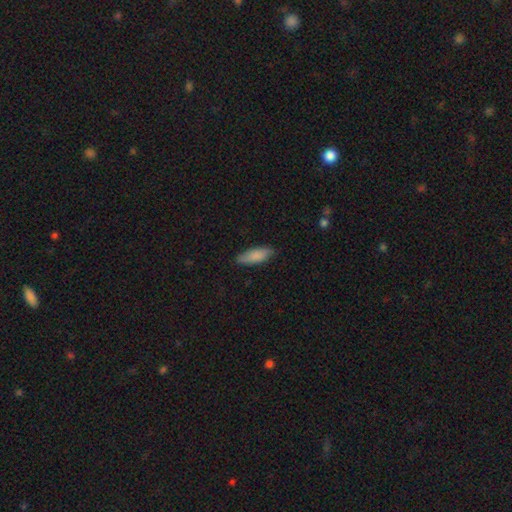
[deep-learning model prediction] smooth-or-featured: smooth: 86% | featured or disk: 9% | star or artifact: 5%
  how-rounded: in between: 64% | cigar-shaped: 34% | round: 2%
  merging: none: 84% | minor disturbance: 13% | major disturbance: 2% | merger: 1%